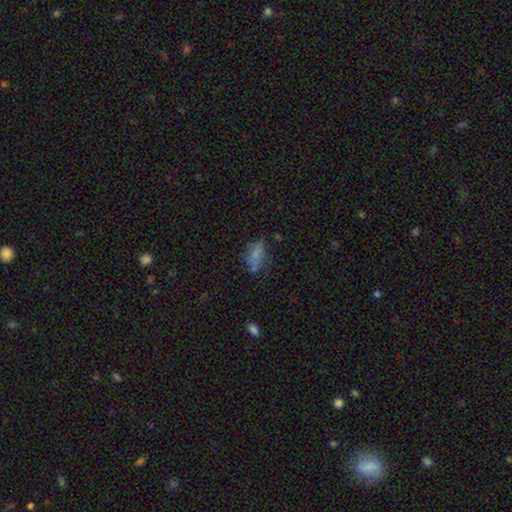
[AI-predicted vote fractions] A smooth galaxy with no disk features (64%) that is in between round and cigar-shaped (80%). Merging: none (53%).